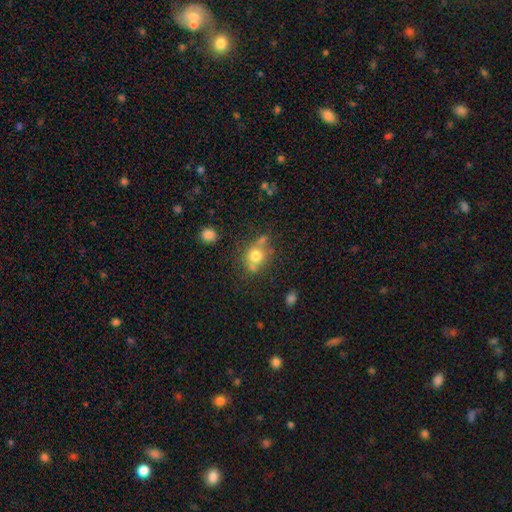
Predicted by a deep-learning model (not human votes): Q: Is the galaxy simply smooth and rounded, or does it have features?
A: smooth — 72%.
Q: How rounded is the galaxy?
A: round — 73%.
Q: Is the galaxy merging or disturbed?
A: none — 54%.